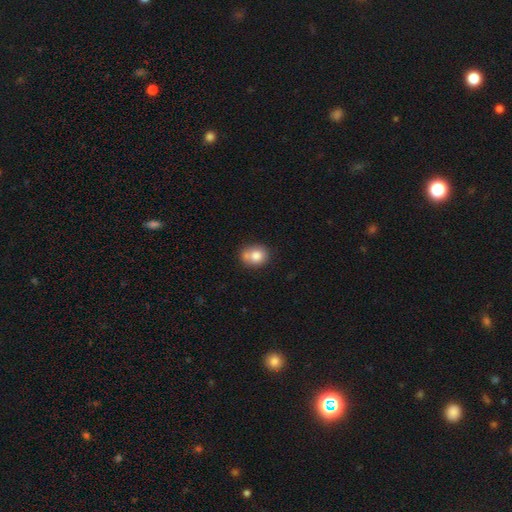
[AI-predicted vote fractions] Q: Smooth or featured?
A: smooth (79%); runner-up: featured or disk (12%)
Q: How rounded?
A: round (58%); runner-up: in between (41%)
Q: Merging?
A: none (52%); runner-up: merger (24%)